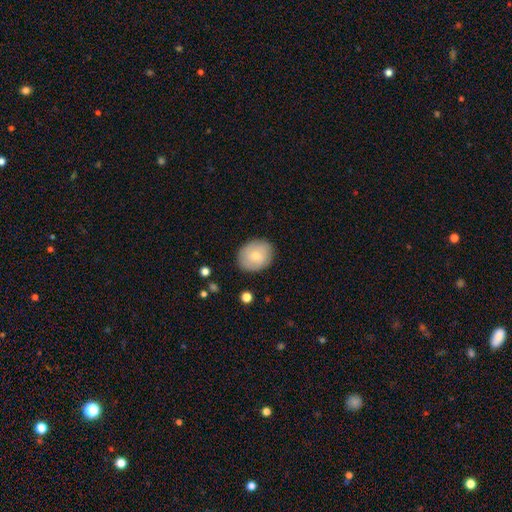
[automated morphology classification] smooth-or-featured: smooth: 76% | featured or disk: 17% | star or artifact: 7%
  how-rounded: round: 53% | in between: 46% | cigar-shaped: 1%
  merging: none: 85% | minor disturbance: 11% | major disturbance: 3% | merger: 1%